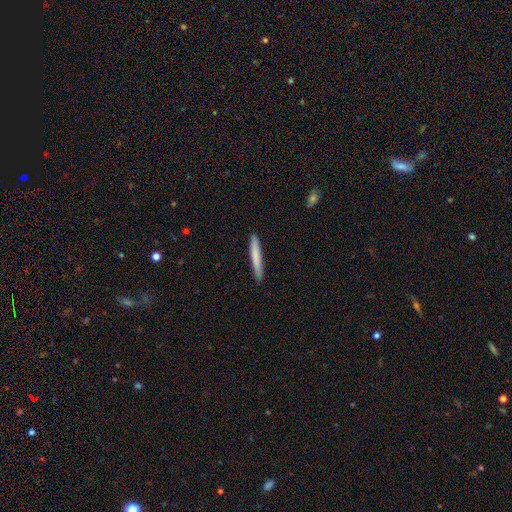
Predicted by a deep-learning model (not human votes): A smooth galaxy with no disk features (77%) that is cigar-shaped (96%).

Vote fractions:
- Smooth or featured? smooth: 77% / featured or disk: 17% / star or artifact: 6%
- How rounded? cigar-shaped: 96% / in between: 3% / round: 1%
- Merging? none: 90% / minor disturbance: 7% / major disturbance: 1% / merger: 1%